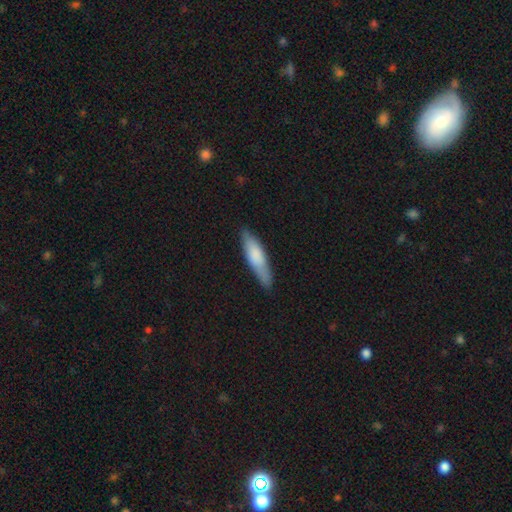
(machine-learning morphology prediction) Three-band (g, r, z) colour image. It shows a smooth galaxy with no disk features (75%) that is cigar-shaped (70%). Merging: none (83%).